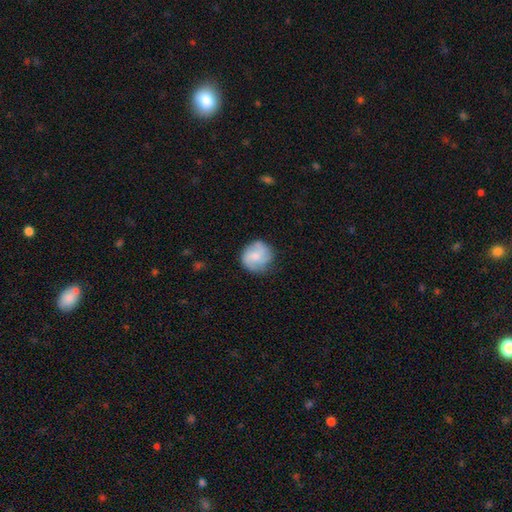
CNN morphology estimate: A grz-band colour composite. It shows a smooth galaxy with no disk features (59%) that is round (91%). Merging: none (76%).